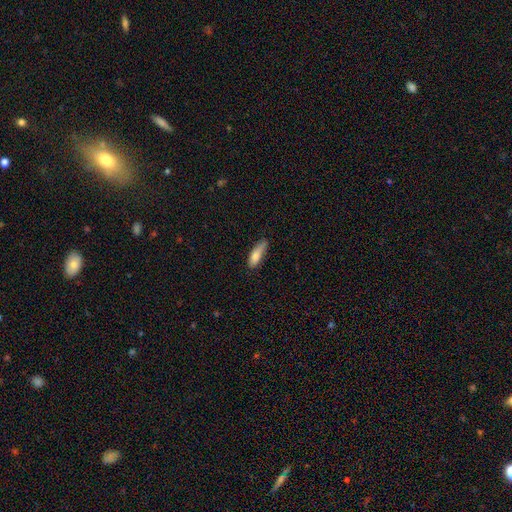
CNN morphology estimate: A smooth galaxy with no disk features (78%) that is in between round and cigar-shaped (49%, tied with cigar-shaped).

Vote fractions:
- Smooth or featured? smooth: 78% / featured or disk: 15% / star or artifact: 7%
- How rounded? in between: 49% (tied) / cigar-shaped: 49% (tied) / round: 2%
- Merging? none: 58% / minor disturbance: 32% / major disturbance: 8% / merger: 2%